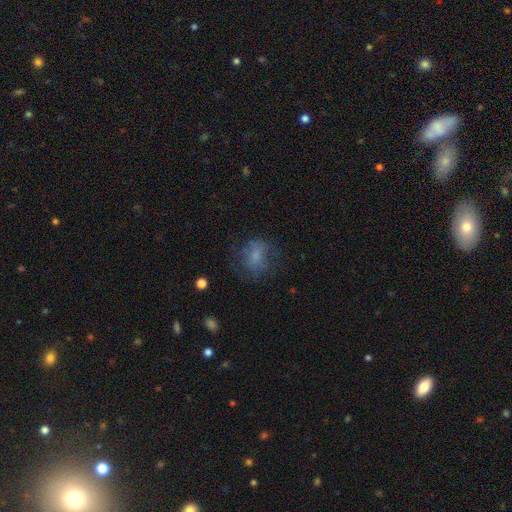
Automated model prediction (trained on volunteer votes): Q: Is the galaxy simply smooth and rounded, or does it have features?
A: smooth — 63%.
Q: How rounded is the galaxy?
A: round — 52%.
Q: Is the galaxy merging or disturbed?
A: none — 57%.